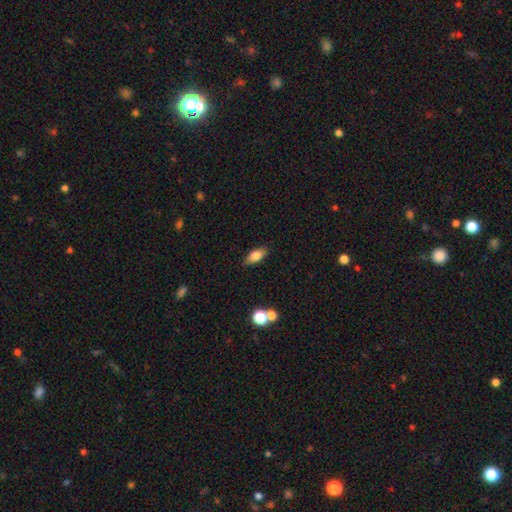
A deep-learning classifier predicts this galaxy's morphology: A smooth galaxy with no disk features (77%) that is in between round and cigar-shaped (84%).

Vote fractions:
- Smooth or featured? smooth: 77% / featured or disk: 14% / star or artifact: 9%
- How rounded? in between: 84% / cigar-shaped: 11% / round: 5%
- Merging? none: 84% / minor disturbance: 11% / merger: 2% / major disturbance: 2%